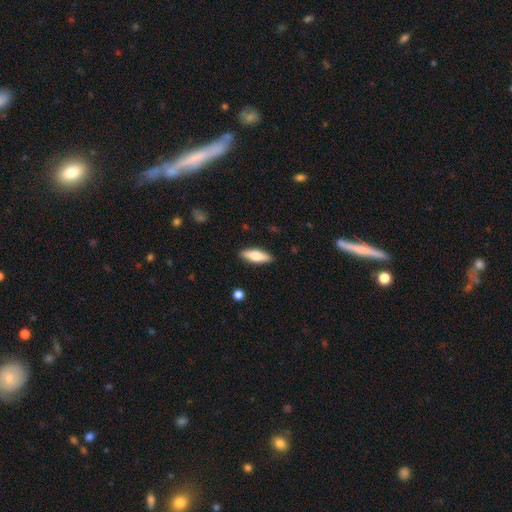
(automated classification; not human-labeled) This appears to be a smooth galaxy with no disk features (67%) that is in between round and cigar-shaped (57%). Merging: none (89%).